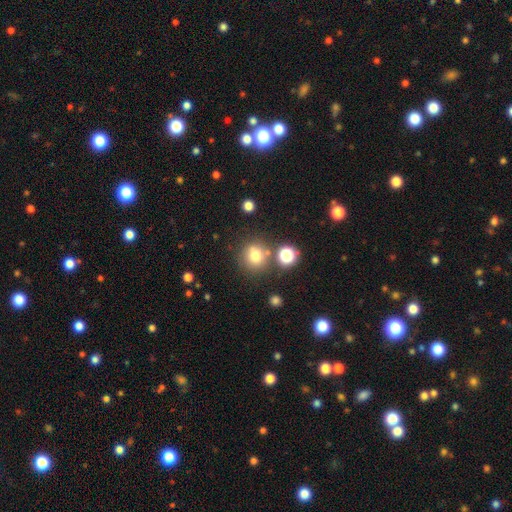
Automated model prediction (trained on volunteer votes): A smooth galaxy with no disk features (74%) that is round (89%).

Vote fractions:
- Smooth or featured? smooth: 74% / star or artifact: 16% / featured or disk: 10%
- How rounded? round: 89% / in between: 10% / cigar-shaped: 1%
- Merging? none: 70% / merger: 14% / minor disturbance: 11% / major disturbance: 5%